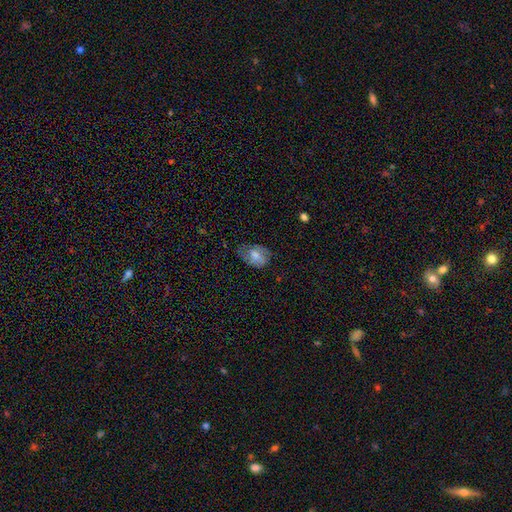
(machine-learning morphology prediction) The model was most divided on "merging": none: 51%, minor disturbance: 33%, major disturbance: 15%, merger: 2%. More confident: how rounded — in between (82%); smooth or featured — smooth (57%).